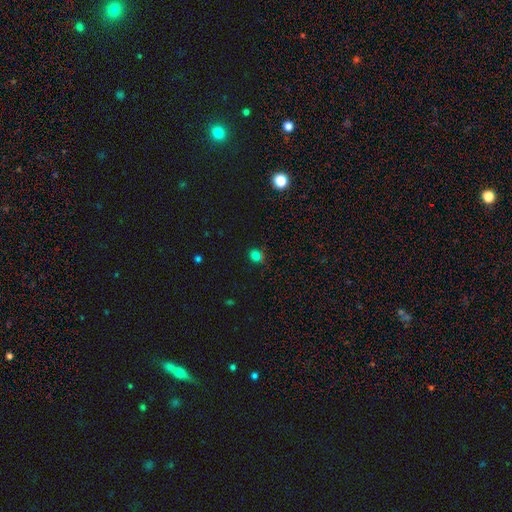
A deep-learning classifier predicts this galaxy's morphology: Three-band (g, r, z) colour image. It shows a smooth galaxy with no disk features (70%) that is round (65%). Merging: none (74%).